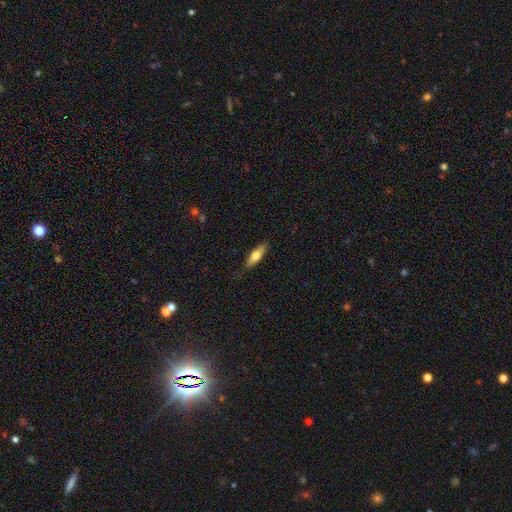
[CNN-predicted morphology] Smooth or featured?
  - smooth: 60% *
  - featured or disk: 34%
  - star or artifact: 6%
How rounded?
  - cigar-shaped: 60% *
  - in between: 37%
  - round: 2%
Merging?
  - none: 83% *
  - minor disturbance: 13%
  - major disturbance: 3%
  - merger: 1%